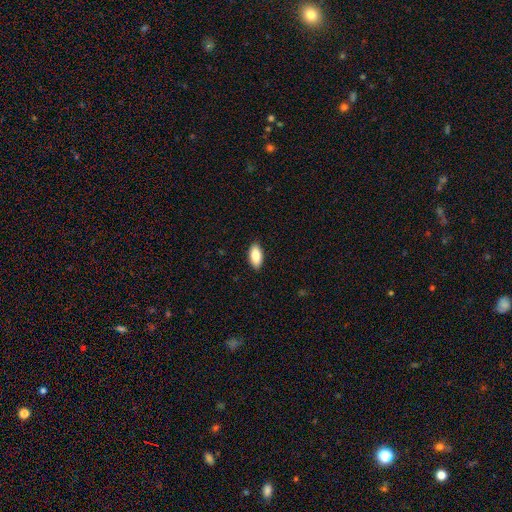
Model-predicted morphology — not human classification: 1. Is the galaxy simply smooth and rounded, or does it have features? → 86% smooth, 7% featured or disk, 7% star or artifact.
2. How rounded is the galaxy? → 92% in between, 6% cigar-shaped, 2% round.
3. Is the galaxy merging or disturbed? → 89% none, 8% minor disturbance, 2% major disturbance, 1% merger.